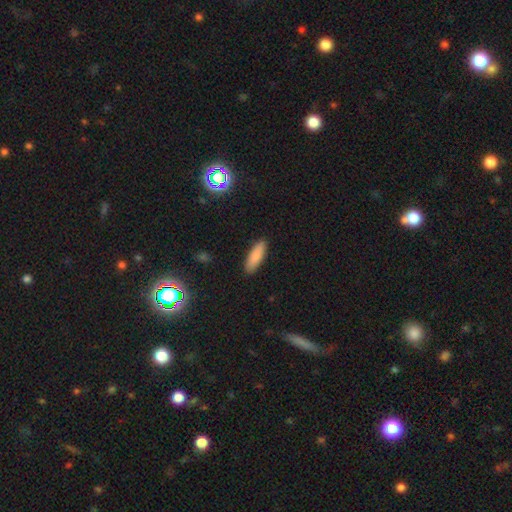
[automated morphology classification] A smooth galaxy with no disk features (85%) that is in between round and cigar-shaped (50%). Merging: none (90%).